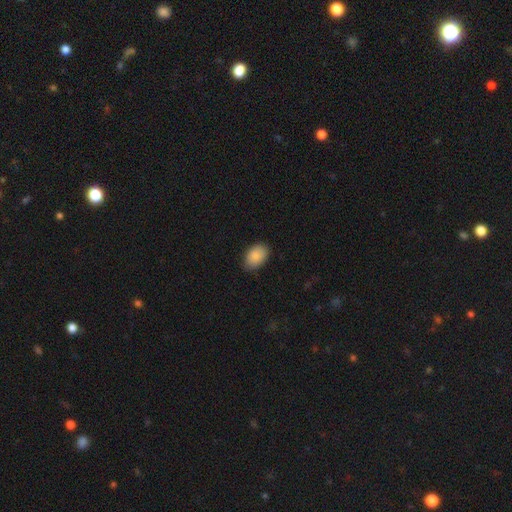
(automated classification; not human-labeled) Smooth or featured: smooth — 88% (star or artifact — 7%)
How rounded: in between — 87% (round — 12%)
Merging: none — 81% (minor disturbance — 15%)